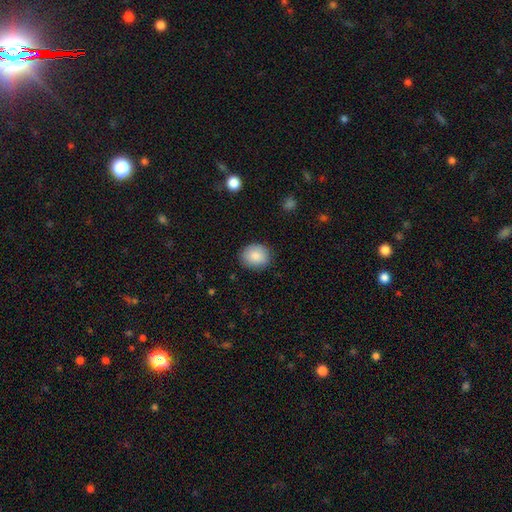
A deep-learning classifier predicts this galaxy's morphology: A smooth galaxy with no disk features (87%) that is round (65%). Merging: none (85%).